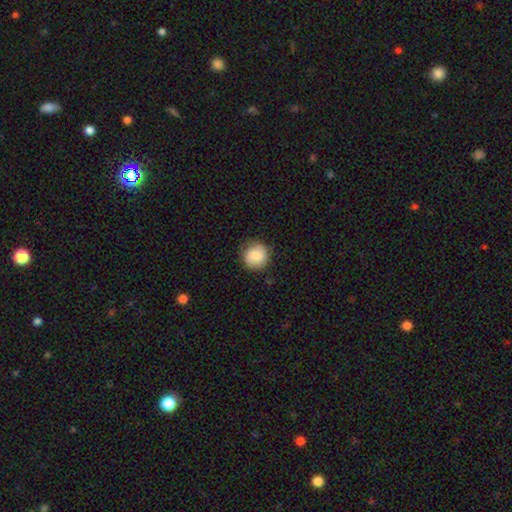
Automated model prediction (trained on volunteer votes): smooth-or-featured: smooth: 79% | featured or disk: 14% | star or artifact: 7%
  how-rounded: round: 92% | in between: 7% | cigar-shaped: 1%
  merging: none: 78% | minor disturbance: 17% | major disturbance: 4% | merger: 1%